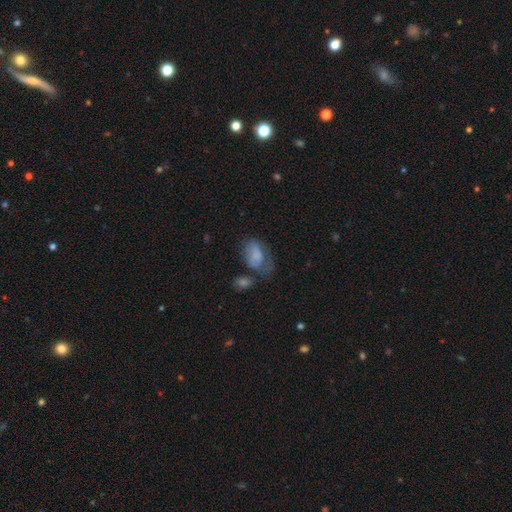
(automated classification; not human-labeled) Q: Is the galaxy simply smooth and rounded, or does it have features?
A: smooth — 67%.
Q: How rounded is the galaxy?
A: in between — 88%.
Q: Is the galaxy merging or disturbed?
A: none — 31%.